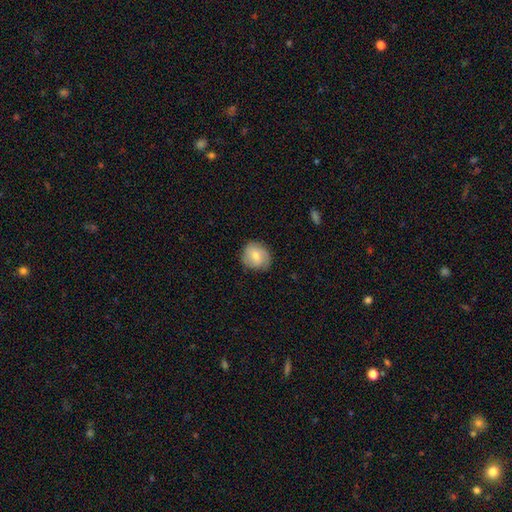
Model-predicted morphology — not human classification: Smooth or featured: smooth — 70% (featured or disk — 23%)
How rounded: round — 80% (in between — 19%)
Merging: none — 75% (minor disturbance — 19%)